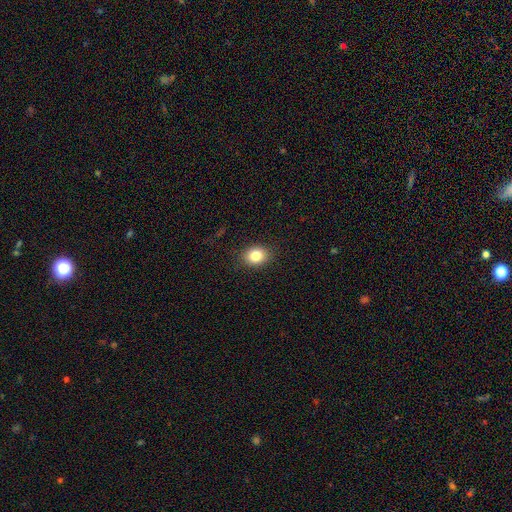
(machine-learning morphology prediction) Overall: smooth (82%). How rounded: in between (54%; round 45%). Merging: none (88%).